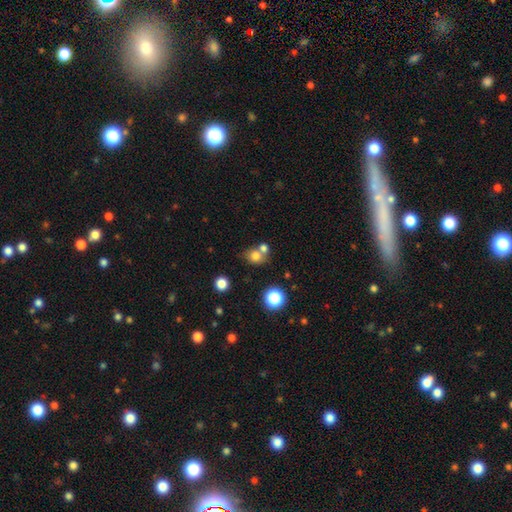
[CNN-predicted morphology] This appears to be a smooth galaxy with no disk features (75%) that is round (70%). Merging: none (47%).